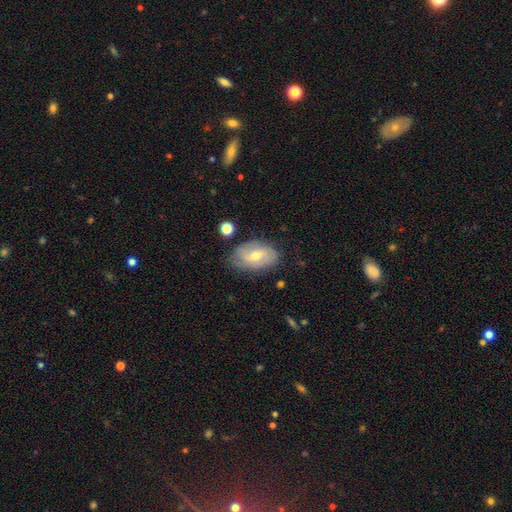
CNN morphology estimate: smooth-or-featured: featured or disk: 59% | smooth: 34% | star or artifact: 7%
  disk-edge-on: no: 94% | yes: 6%
    bar: no: 46% | weak: 44% | strong: 10%
    has-spiral-arms: yes: 81% | no: 19%
    bulge-size: moderate: 55% | small: 41% | large: 2% | none: 1% | dominant: 1%
  merging: none: 75% | minor disturbance: 18% | major disturbance: 4% | merger: 2%